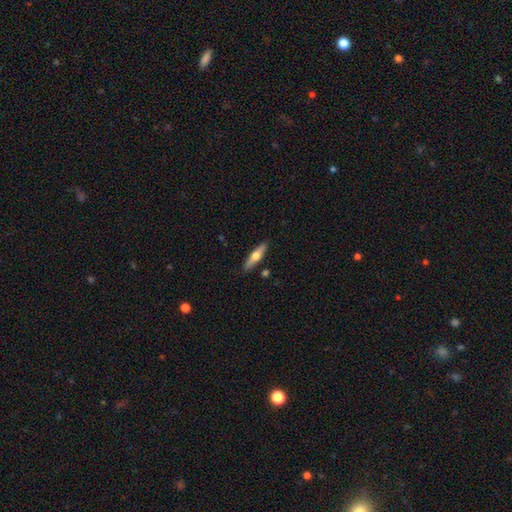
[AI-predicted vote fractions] A smooth galaxy with no disk features (47%, tied with featured or disk).

Vote fractions:
- Smooth or featured? smooth: 47% (tied) / featured or disk: 47% (tied) / star or artifact: 6%
- Merging? none: 86% / minor disturbance: 9% / merger: 2% / major disturbance: 2%